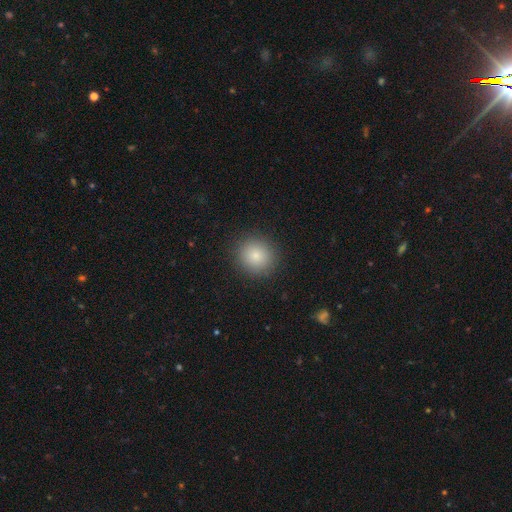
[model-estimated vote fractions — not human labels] Morphology: type=smooth (85%); roundness=round (89%); merging=none (90%).